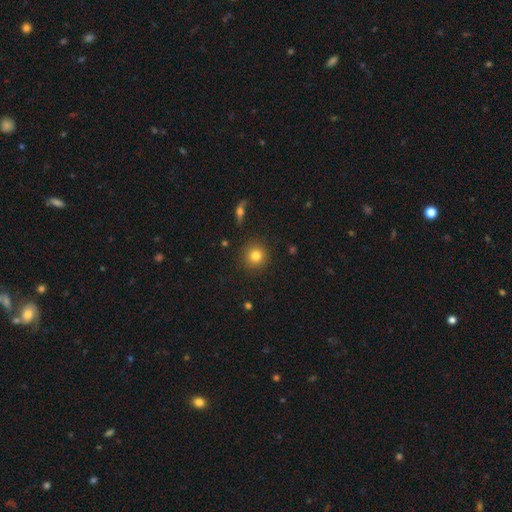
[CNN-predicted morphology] smooth_or_featured: smooth (p=0.81) [alt: star or artifact p=0.11]
how_rounded: round (p=0.93) [alt: in between p=0.06]
merging: none (p=0.90) [alt: minor disturbance p=0.06]